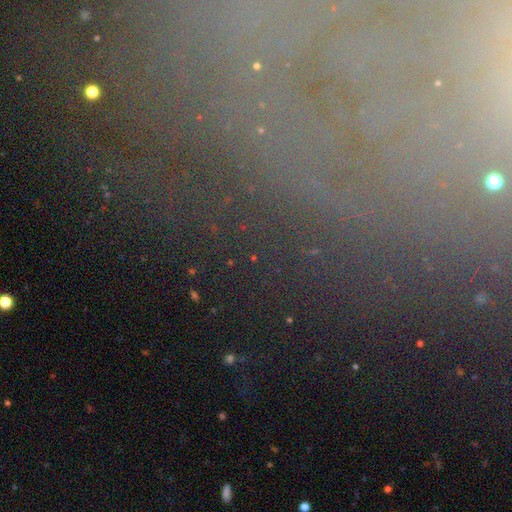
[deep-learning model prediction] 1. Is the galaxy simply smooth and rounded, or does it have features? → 57% star or artifact, 26% featured or disk, 17% smooth.